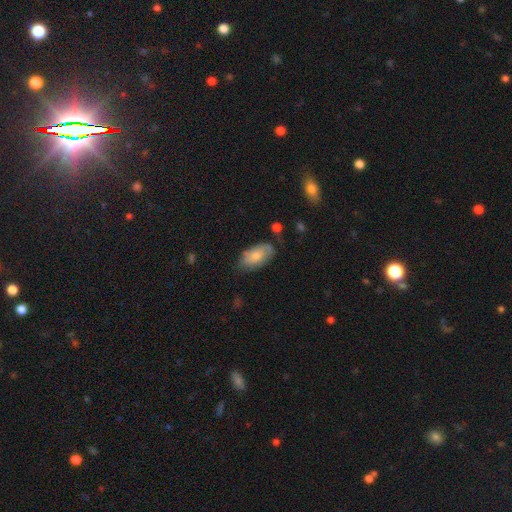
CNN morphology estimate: smooth-or-featured: smooth: 74% | featured or disk: 19% | star or artifact: 6%
  how-rounded: in between: 94% | round: 3% | cigar-shaped: 3%
  merging: none: 62% | minor disturbance: 28% | major disturbance: 7% | merger: 3%